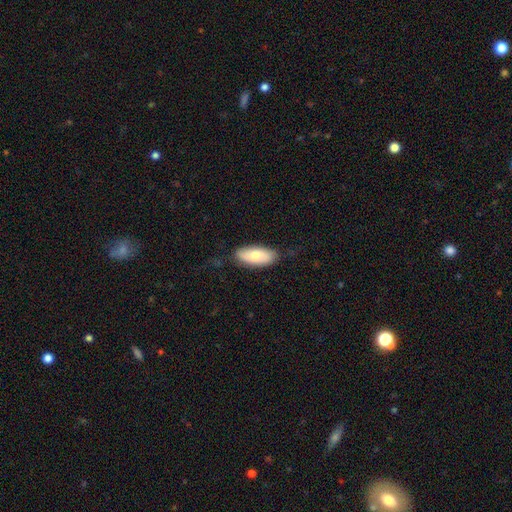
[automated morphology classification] The model was most divided on "smooth or featured": smooth: 74%, featured or disk: 20%, star or artifact: 6%. More confident: how rounded — in between (85%); merging — none (78%).